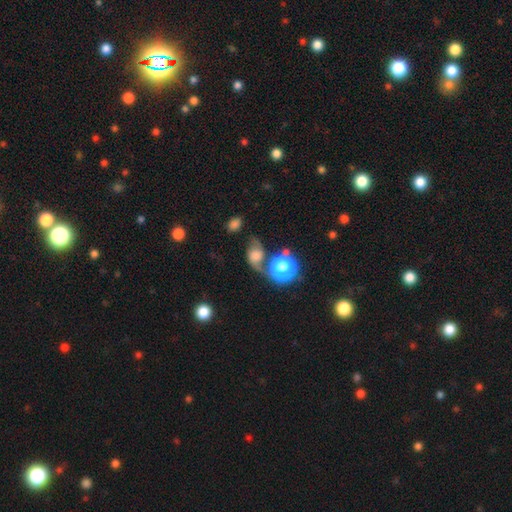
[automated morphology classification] smooth_or_featured: featured or disk (p=0.48) [alt: smooth p=0.38]
merging: none (p=0.40) [alt: merger p=0.21]